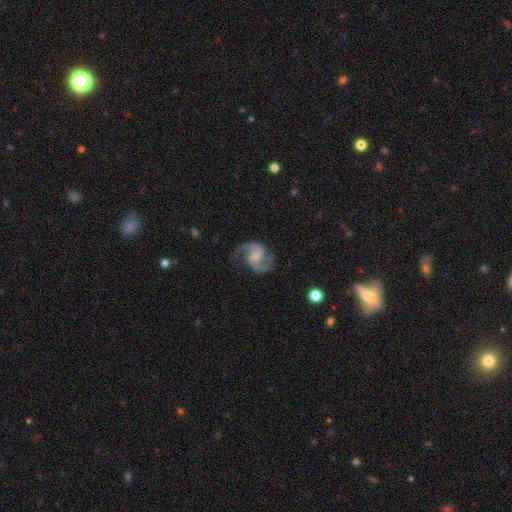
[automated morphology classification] smooth_or_featured: featured or disk (p=0.92) [alt: star or artifact p=0.04]
disk_edge_on: no (p=0.98) [alt: yes p=0.02]
bar: weak (p=0.49) [alt: no p=0.38]
has_spiral_arms: yes (p=0.98) [alt: no p=0.02]
spiral_winding: medium (p=0.59) [alt: loose p=0.28]
spiral_arm_count: 2 (p=0.94) [alt: can't tell p=0.02]
bulge_size: small (p=0.39) [alt: moderate p=0.29]
merging: none (p=0.77) [alt: minor disturbance p=0.15]